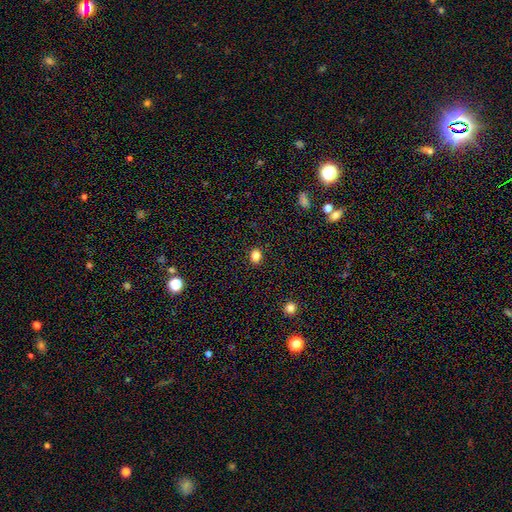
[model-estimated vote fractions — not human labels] smooth 84%, star or artifact 12%, featured or disk 4%. Down the decision tree: how rounded — in between (54%); merging — none (89%).